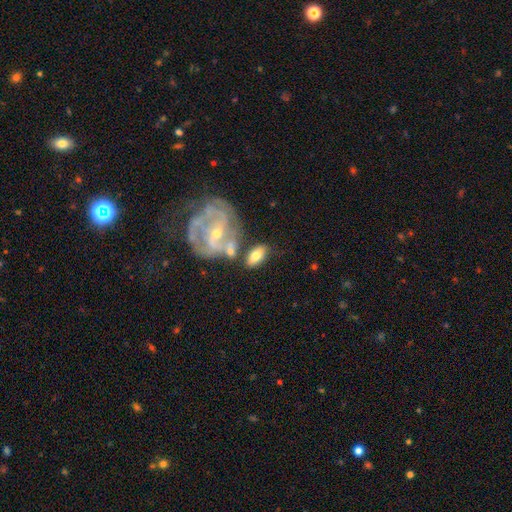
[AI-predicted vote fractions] smooth_or_featured: smooth (p=0.60) [alt: featured or disk p=0.34]
how_rounded: in between (p=0.87) [alt: round p=0.07]
merging: none (p=0.62) [alt: minor disturbance p=0.17]